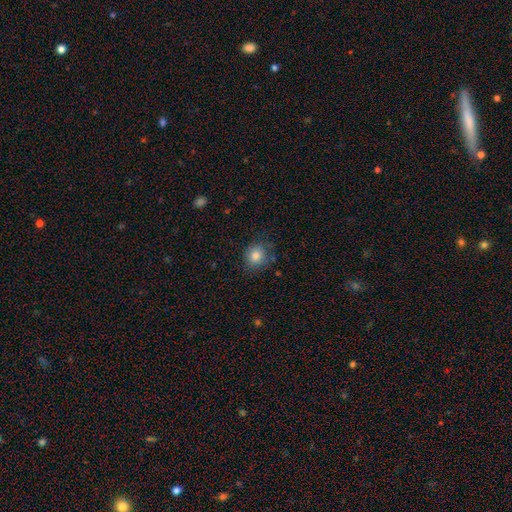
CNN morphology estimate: Overall: smooth (82%). How rounded: round (82%). Merging: none (78%).